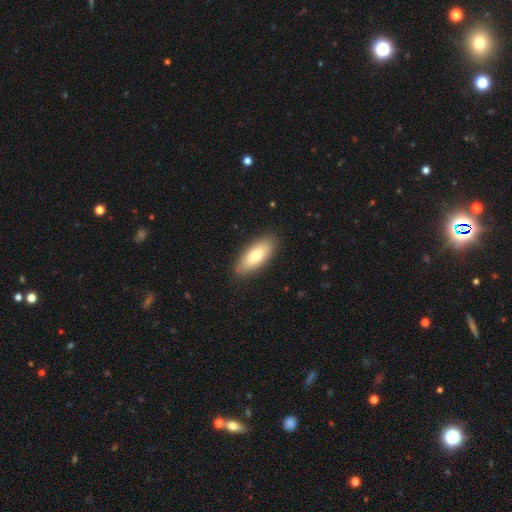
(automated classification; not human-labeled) Smooth or featured: smooth — 74% (featured or disk — 20%)
How rounded: in between — 79% (cigar-shaped — 19%)
Merging: none — 88% (minor disturbance — 9%)